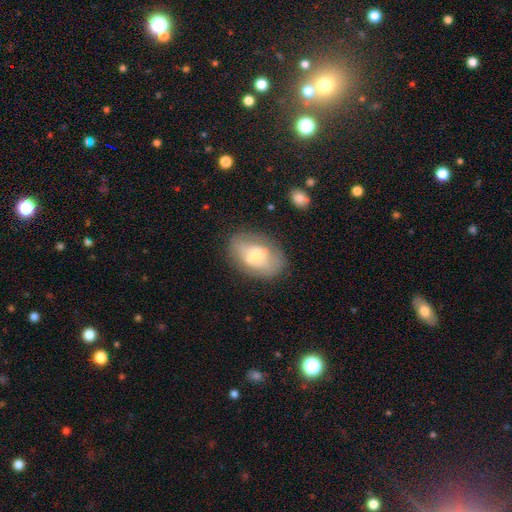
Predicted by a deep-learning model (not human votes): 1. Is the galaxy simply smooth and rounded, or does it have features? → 52% smooth, 41% featured or disk, 7% star or artifact.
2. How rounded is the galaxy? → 80% in between, 18% round, 1% cigar-shaped.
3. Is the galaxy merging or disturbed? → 70% none, 20% minor disturbance, 8% major disturbance, 2% merger.